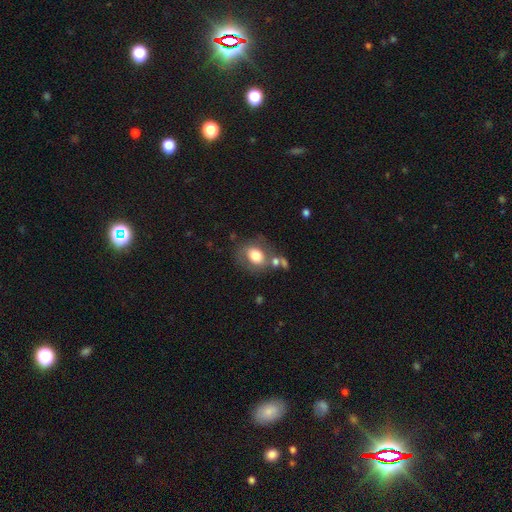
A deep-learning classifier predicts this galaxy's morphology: Overall: smooth (71%). How rounded: in between (57%; round 42%). Merging: none (57%; minor disturbance 20%).